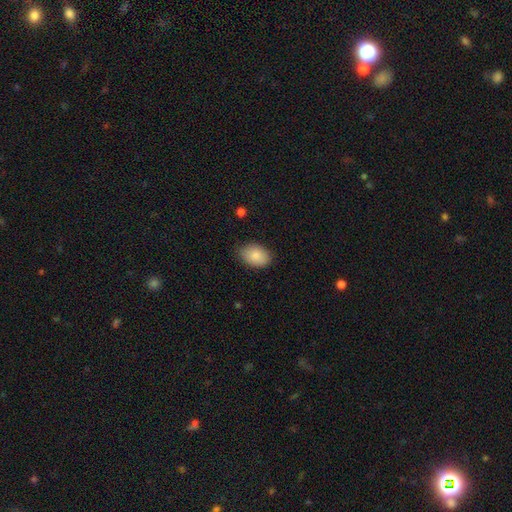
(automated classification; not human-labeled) This appears to be a smooth galaxy with no disk features (86%) that is in between round and cigar-shaped (85%). Merging: none (80%).